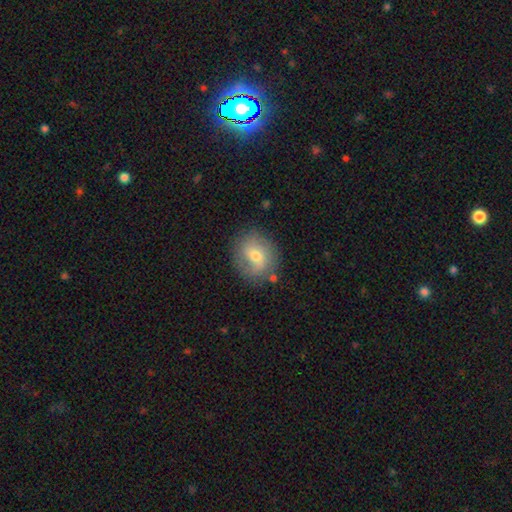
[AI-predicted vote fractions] Overall: smooth (53%; featured or disk 38%). How rounded: round (71%). Merging: none (75%).